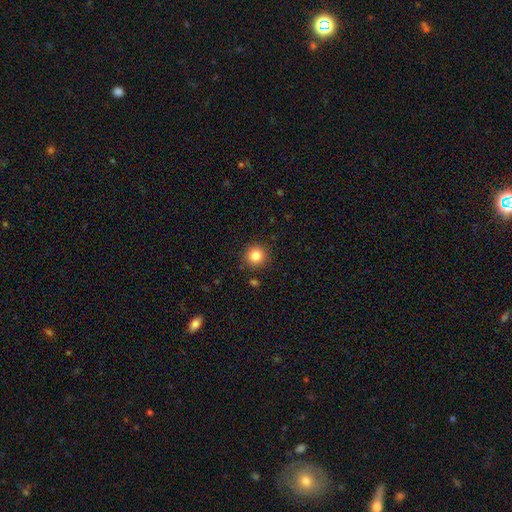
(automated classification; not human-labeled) Smooth or featured? smooth (83%)
How rounded? round (94%)
Merging? none (90%)